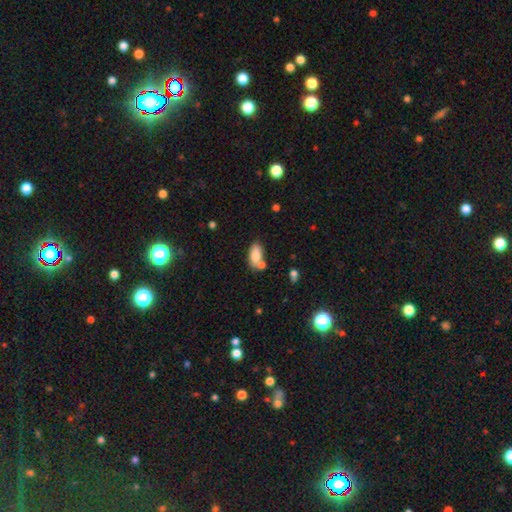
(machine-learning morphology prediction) A smooth galaxy with no disk features (80%) that is in between round and cigar-shaped (89%). Merging: none (57%).